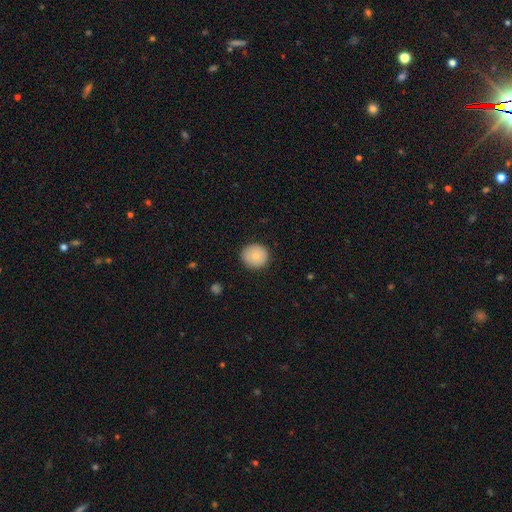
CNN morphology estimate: The model was most divided on "smooth or featured": smooth: 82%, featured or disk: 10%, star or artifact: 8%. More confident: merging — none (88%); how rounded — round (87%).